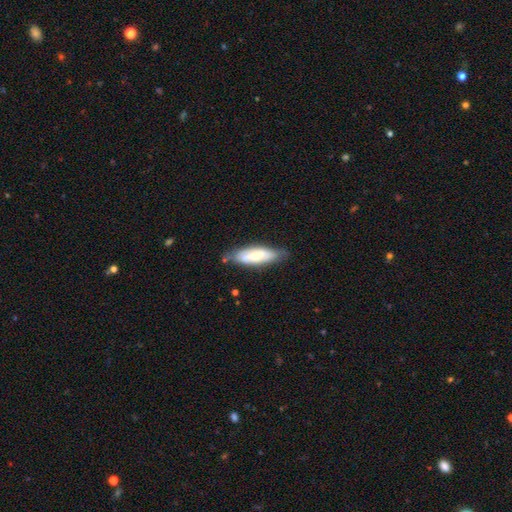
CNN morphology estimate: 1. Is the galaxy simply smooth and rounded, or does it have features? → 61% smooth, 33% featured or disk, 6% star or artifact.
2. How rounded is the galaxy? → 56% cigar-shaped, 43% in between, 1% round.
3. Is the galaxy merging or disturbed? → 70% none, 23% minor disturbance, 5% major disturbance, 3% merger.